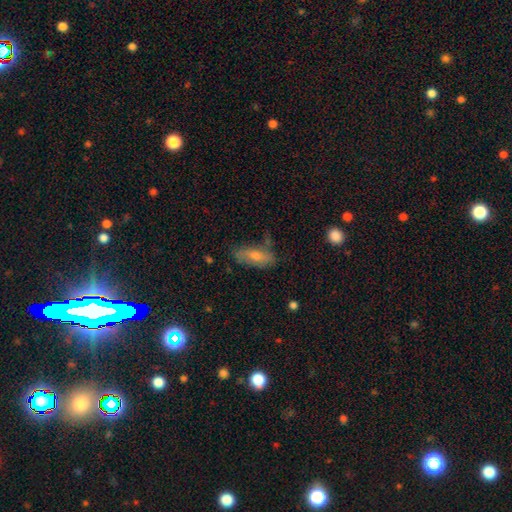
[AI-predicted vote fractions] Smooth or featured? smooth (52%)
How rounded? in between (71%)
Merging? none (61%)